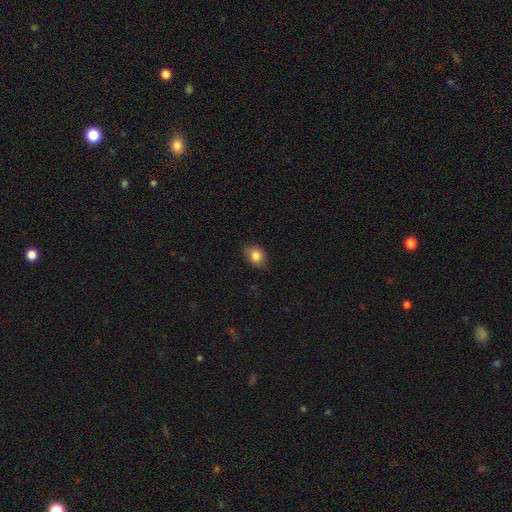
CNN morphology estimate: A smooth galaxy with no disk features (84%) that is in between round and cigar-shaped (61%). Merging: none (81%).